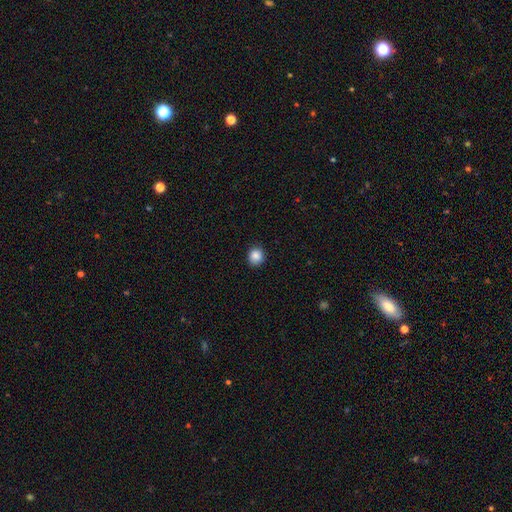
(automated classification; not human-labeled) This is clearly a smooth galaxy (87%). How rounded: clearly round (86%). Merging: clearly none (89%).